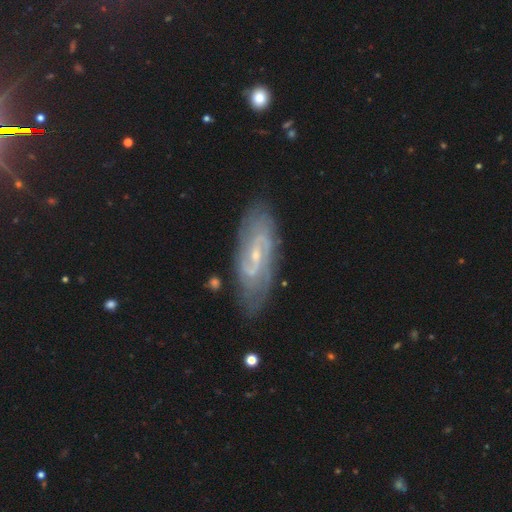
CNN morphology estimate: Smooth or featured? Predicted: featured or disk (p=0.86). Edge-on disk? Predicted: no (p=0.92). Bar? Predicted: weak (p=0.52). Spiral arms? Predicted: yes (p=0.95). Spiral winding? Predicted: medium (p=0.44). Spiral arm count? Predicted: 2 (p=0.71). Bulge size? Predicted: small (p=0.75). Merging? Predicted: none (p=0.80).